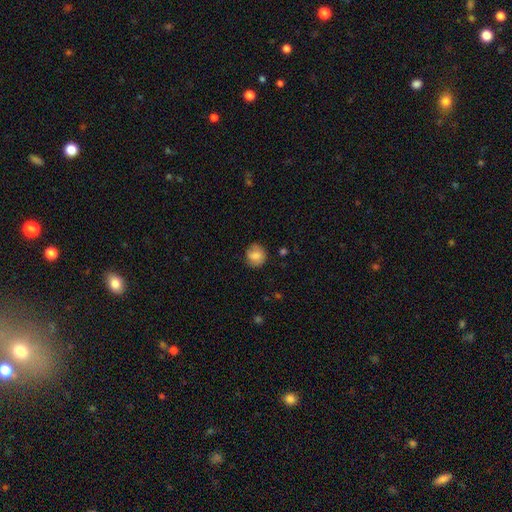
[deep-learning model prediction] Morphology: type=smooth (81%); roundness=round (87%); merging=none (80%).